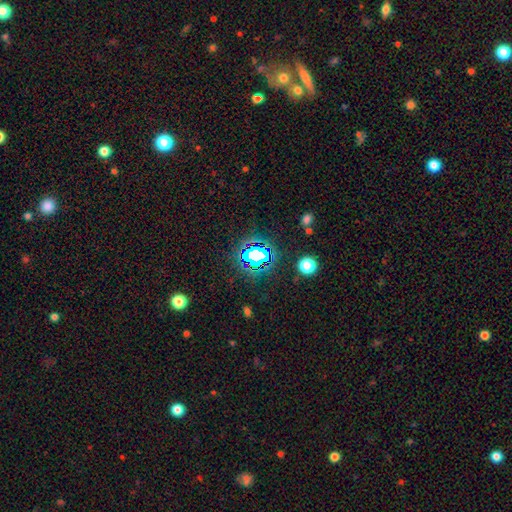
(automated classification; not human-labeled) A star or artifact, not a galaxy (67%).

Vote fractions:
- Smooth or featured? star or artifact: 67% / smooth: 20% / featured or disk: 12%